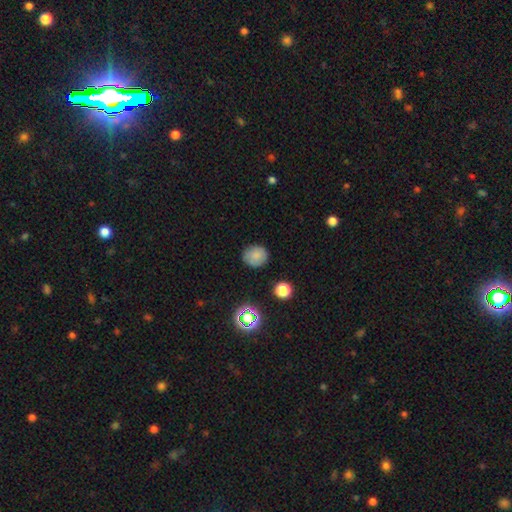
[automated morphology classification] smooth_or_featured: smooth (p=0.80) [alt: star or artifact p=0.13]
how_rounded: round (p=0.79) [alt: in between p=0.20]
merging: none (p=0.84) [alt: minor disturbance p=0.12]